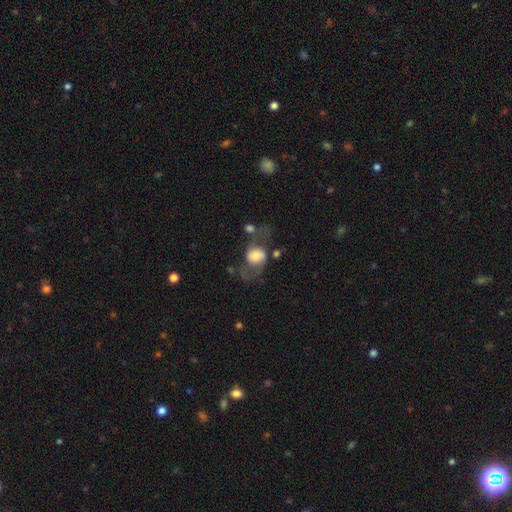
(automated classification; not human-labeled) smooth-or-featured: smooth: 49% | featured or disk: 43% | star or artifact: 8%
  merging: none: 41% | major disturbance: 30% | minor disturbance: 19% | merger: 10%